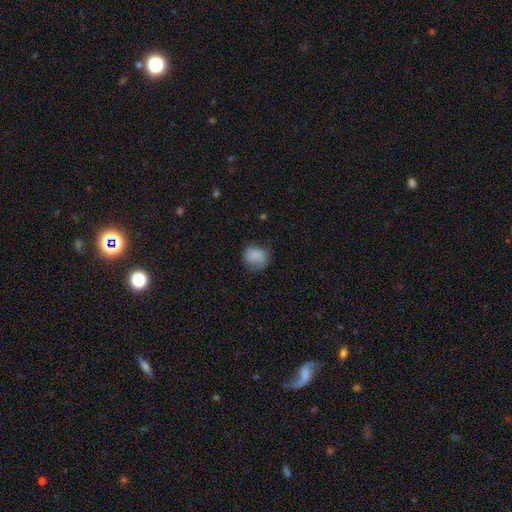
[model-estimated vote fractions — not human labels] A smooth galaxy with no disk features (78%) that is round (72%).

Vote fractions:
- Smooth or featured? smooth: 78% / featured or disk: 13% / star or artifact: 9%
- How rounded? round: 72% / in between: 27% / cigar-shaped: 1%
- Merging? none: 59% / minor disturbance: 27% / major disturbance: 12% / merger: 1%